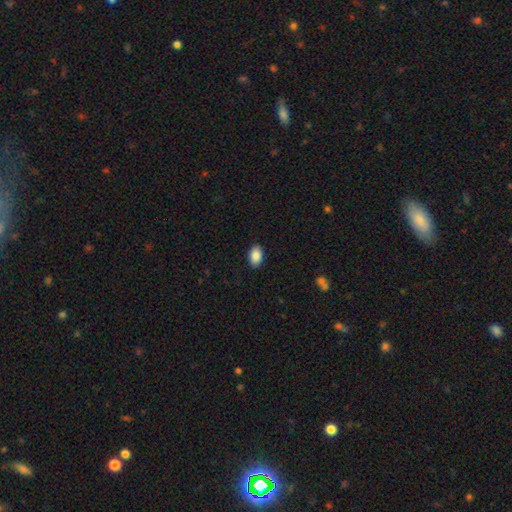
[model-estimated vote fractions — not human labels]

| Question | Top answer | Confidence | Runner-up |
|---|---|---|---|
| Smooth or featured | smooth | 89% | star or artifact (7%) |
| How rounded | in between | 91% | round (8%) |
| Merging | none | 89% | minor disturbance (8%) |